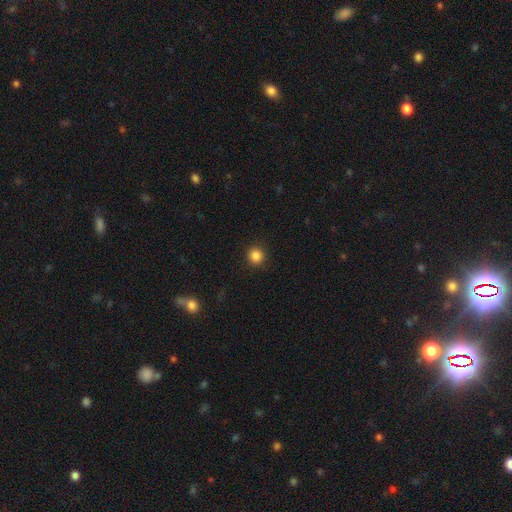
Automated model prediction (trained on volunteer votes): Overall: smooth (86%). How rounded: round (93%). Merging: none (91%).